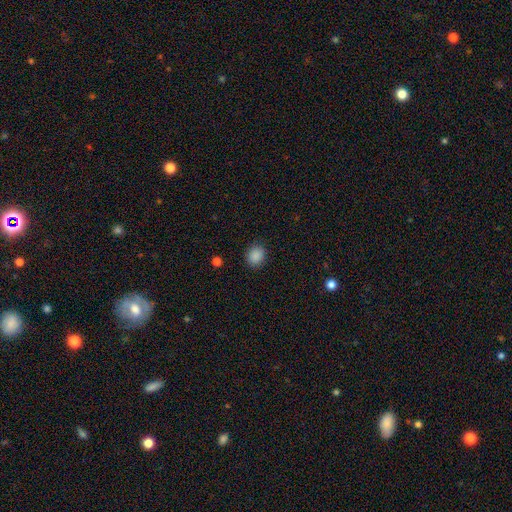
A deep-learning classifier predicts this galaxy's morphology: Smooth or featured?
  - smooth: 87% *
  - star or artifact: 10%
  - featured or disk: 3%
How rounded?
  - round: 72% *
  - in between: 27%
  - cigar-shaped: 1%
Merging?
  - none: 88% *
  - minor disturbance: 8%
  - major disturbance: 3%
  - merger: 1%